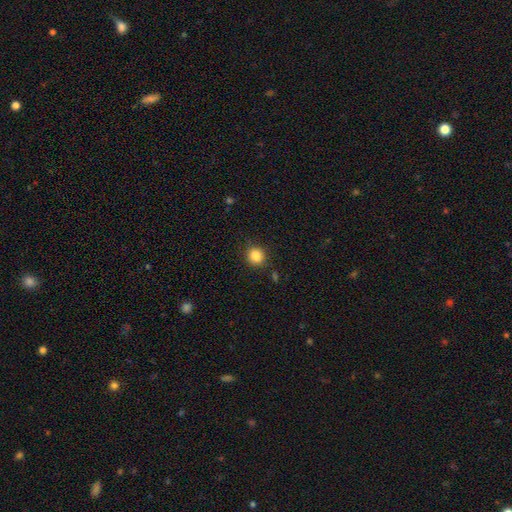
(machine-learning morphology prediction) type=smooth (86%); roundness=round (87%); merging=none (88%).